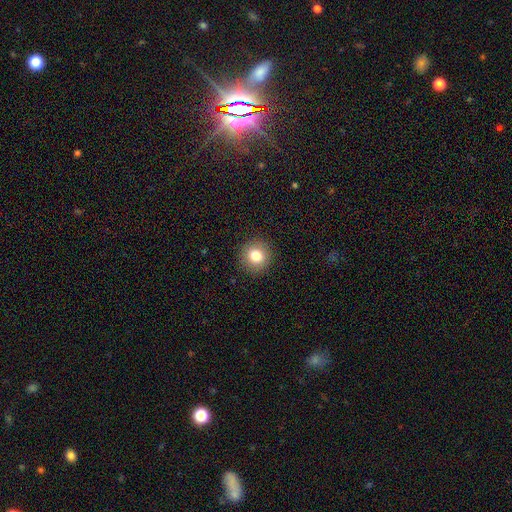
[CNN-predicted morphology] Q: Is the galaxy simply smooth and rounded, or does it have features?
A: smooth — 81%.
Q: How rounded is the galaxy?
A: round — 93%.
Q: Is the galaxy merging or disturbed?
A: none — 91%.